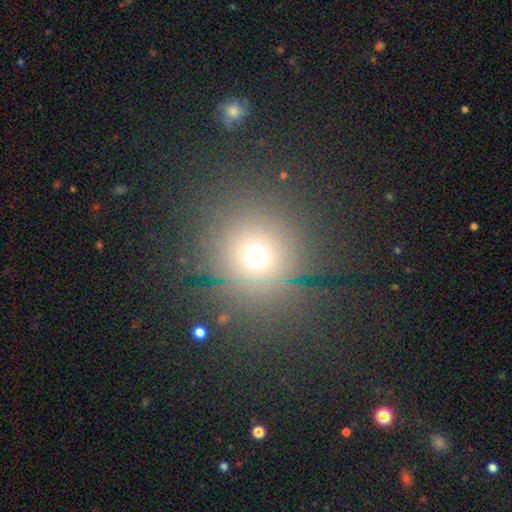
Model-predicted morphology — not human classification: This appears to be a smooth galaxy with no disk features (65%) that is round (89%). Merging: none (78%).